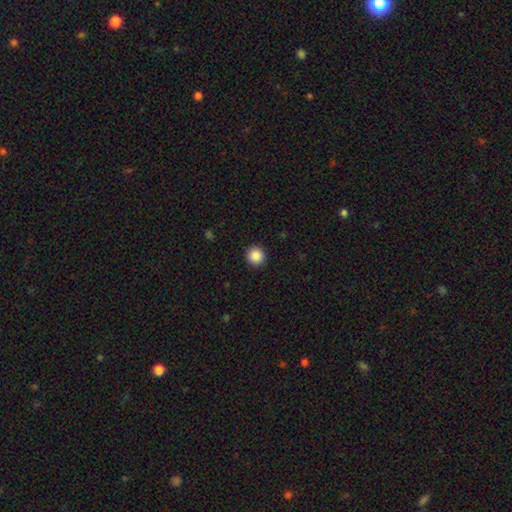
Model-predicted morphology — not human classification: The model was most divided on "smooth or featured": smooth: 88%, star or artifact: 9%, featured or disk: 3%. More confident: how rounded — round (95%); merging — none (93%).